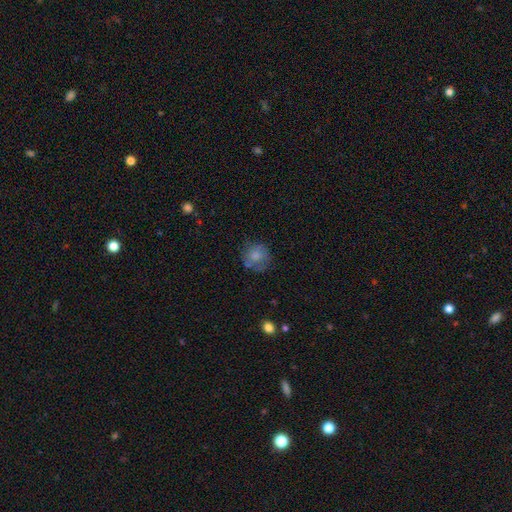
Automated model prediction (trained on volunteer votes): This appears to be a smooth galaxy with no disk features (70%) that is round (84%). Merging: none (62%).